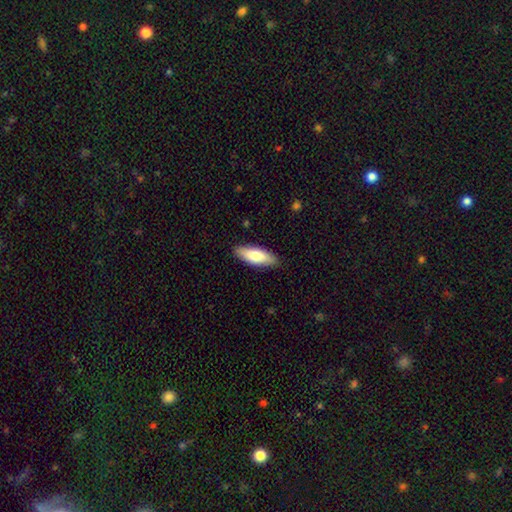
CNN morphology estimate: smooth-or-featured: smooth: 75% | featured or disk: 20% | star or artifact: 5%
  how-rounded: in between: 65% | cigar-shaped: 33% | round: 2%
  merging: none: 88% | minor disturbance: 10% | major disturbance: 2% | merger: 1%